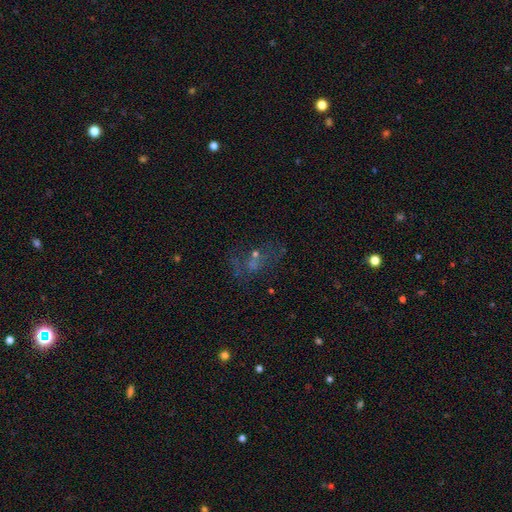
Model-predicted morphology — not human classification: Smooth or featured?
  - featured or disk: 37% *
  - star or artifact: 33%
  - smooth: 30%
Merging?
  - none: 45% *
  - major disturbance: 23%
  - merger: 17%
  - minor disturbance: 16%